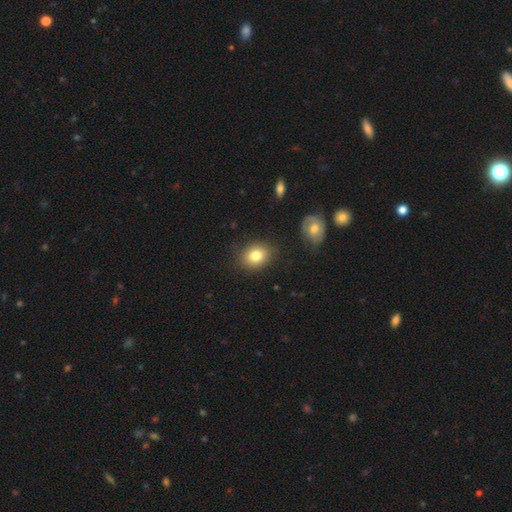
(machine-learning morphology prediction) This appears to be a smooth galaxy with no disk features (82%) that is round (51%). Merging: none (85%).